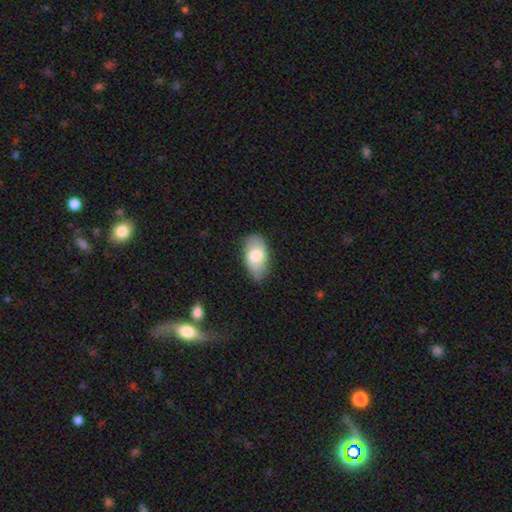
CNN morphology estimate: Smooth or featured: smooth — 72% (featured or disk — 22%)
How rounded: in between — 94% (round — 4%)
Merging: none — 74% (minor disturbance — 21%)